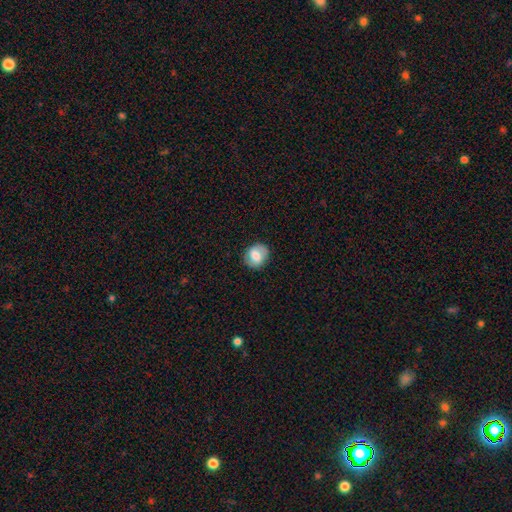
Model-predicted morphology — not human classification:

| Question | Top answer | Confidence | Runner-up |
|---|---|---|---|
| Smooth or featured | smooth | 67% | featured or disk (25%) |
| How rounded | round | 66% | in between (33%) |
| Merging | none | 84% | minor disturbance (12%) |